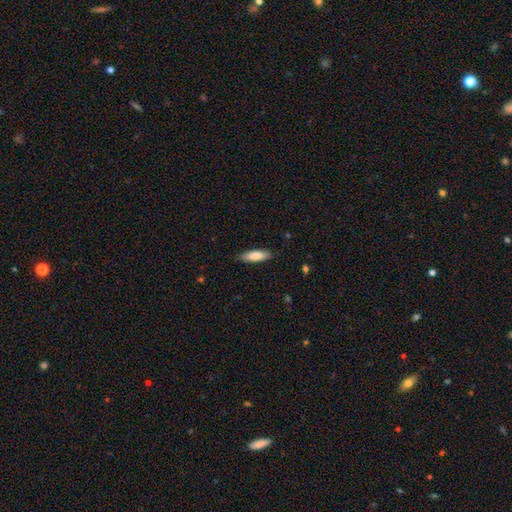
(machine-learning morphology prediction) Overall: smooth (84%). How rounded: cigar-shaped (50%; in between 48%). Merging: none (86%).